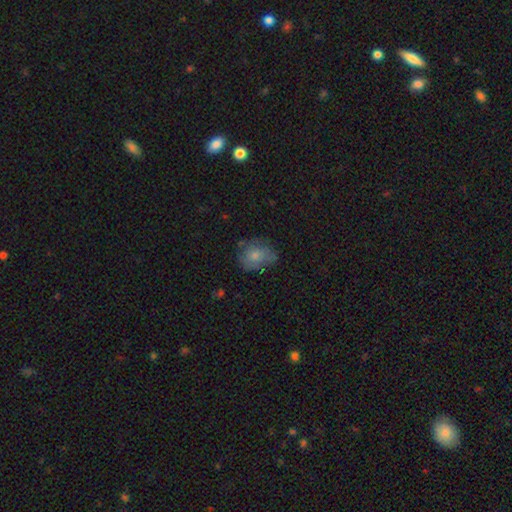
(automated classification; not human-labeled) smooth 72%, featured or disk 19%, star or artifact 9%. Down the decision tree: how rounded — in between (51%); merging — none (55%).